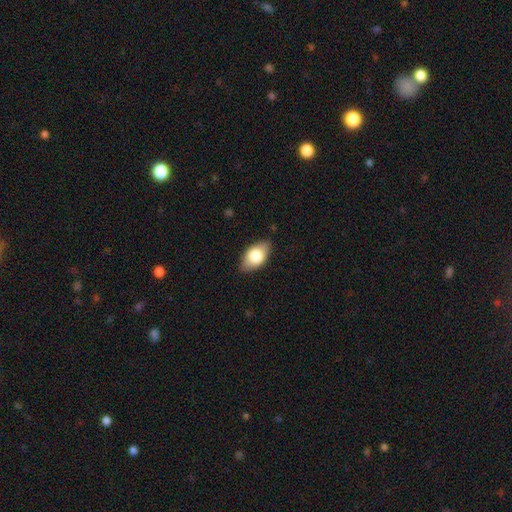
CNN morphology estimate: Smooth or featured: smooth — 75% (featured or disk — 18%)
How rounded: in between — 92% (round — 5%)
Merging: none — 83% (minor disturbance — 13%)